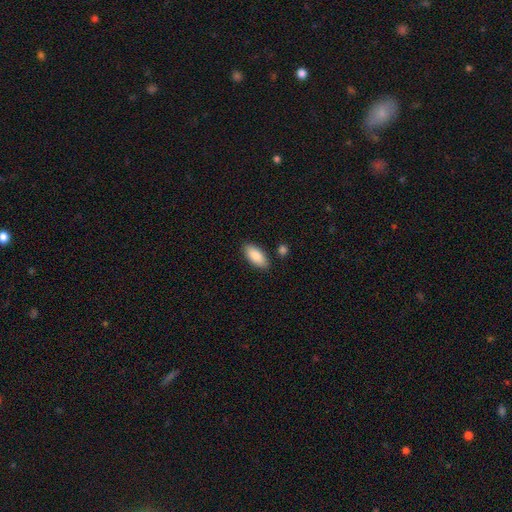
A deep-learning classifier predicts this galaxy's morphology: This is clearly a smooth galaxy (88%). How rounded: clearly in between (88%). Merging: clearly none (85%).